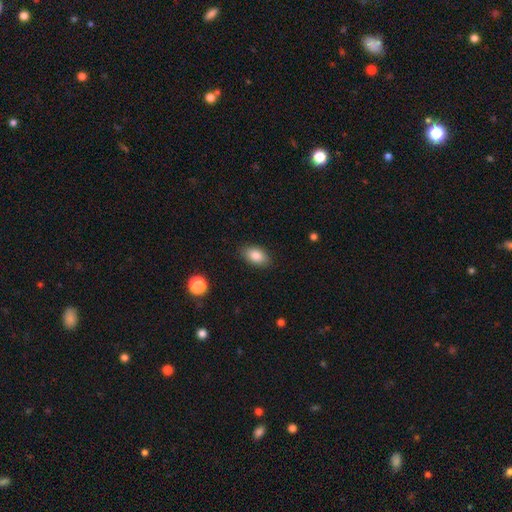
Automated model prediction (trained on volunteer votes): A smooth galaxy with no disk features (85%) that is in between round and cigar-shaped (91%).

Vote fractions:
- Smooth or featured? smooth: 85% / star or artifact: 8% / featured or disk: 7%
- How rounded? in between: 91% / round: 7% / cigar-shaped: 2%
- Merging? none: 86% / minor disturbance: 10% / major disturbance: 3% / merger: 1%